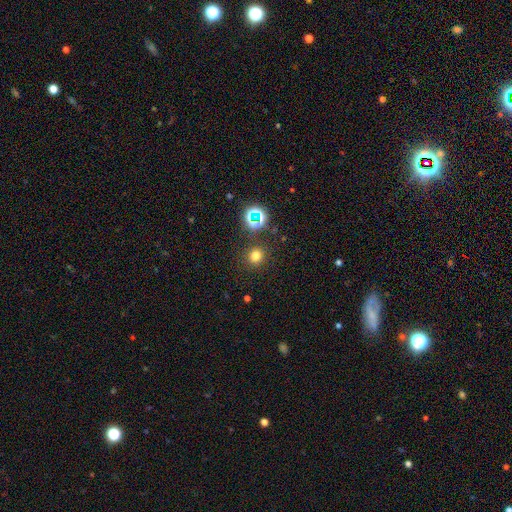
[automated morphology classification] Smooth or featured: smooth — 71% (star or artifact — 22%)
How rounded: round — 90% (in between — 10%)
Merging: none — 86% (minor disturbance — 7%)